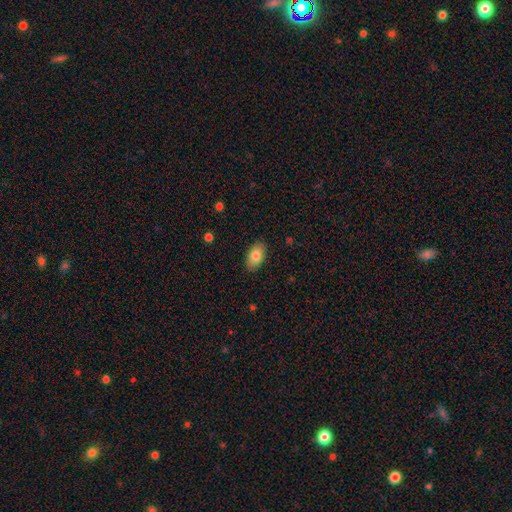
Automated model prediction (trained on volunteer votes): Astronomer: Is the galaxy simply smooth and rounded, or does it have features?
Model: smooth — 82%.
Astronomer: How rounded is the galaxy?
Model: in between — 93%.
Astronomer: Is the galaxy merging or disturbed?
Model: none — 87%.